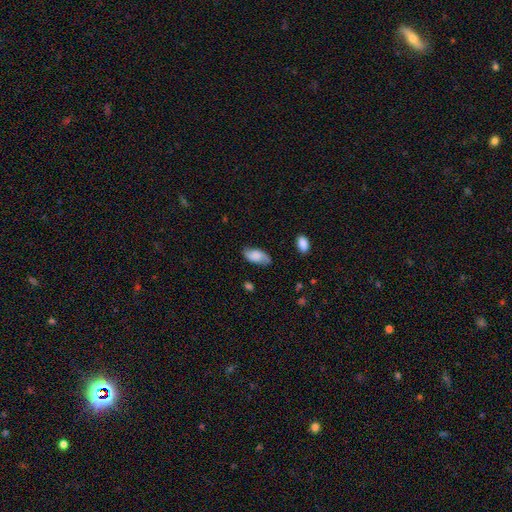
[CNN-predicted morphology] type=smooth (69%); roundness=in between (92%); merging=none (74%).